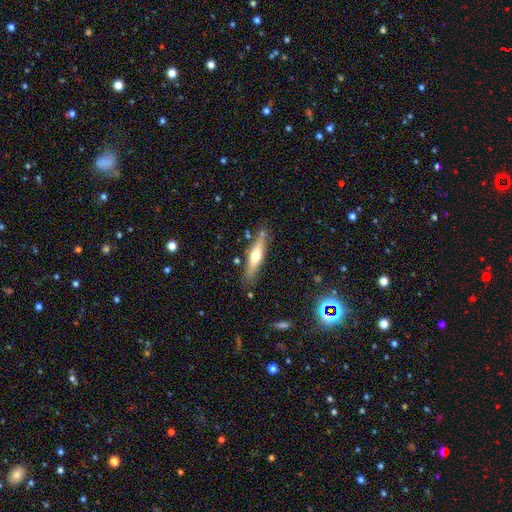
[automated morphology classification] This is possibly a featured or disk galaxy (48%). Merging: clearly none (80%).